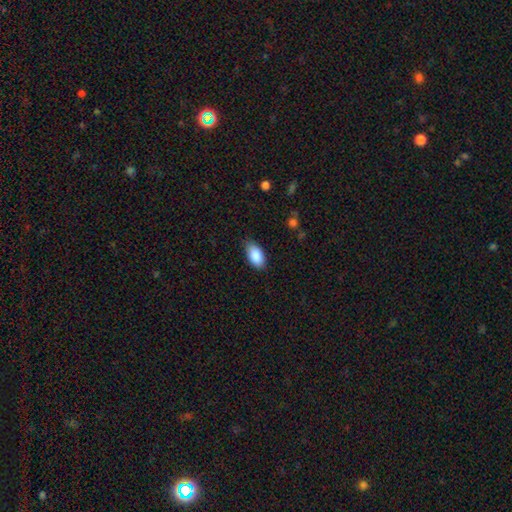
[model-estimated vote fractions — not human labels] Overall: smooth (89%). How rounded: in between (94%). Merging: none (81%).